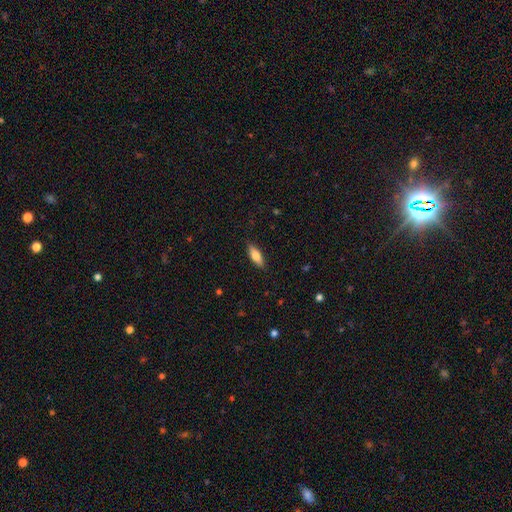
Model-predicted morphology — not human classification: smooth_or_featured: smooth (p=0.72) [alt: featured or disk p=0.22]
how_rounded: in between (p=0.64) [alt: cigar-shaped p=0.34]
merging: none (p=0.88) [alt: minor disturbance p=0.09]